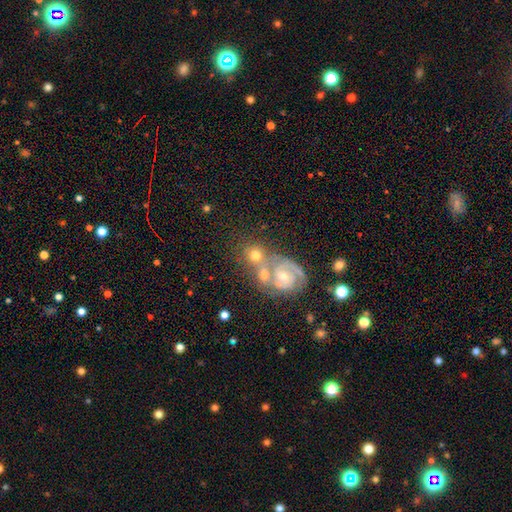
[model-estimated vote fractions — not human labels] A featured or disk galaxy (50%). Merging: merger (44%).